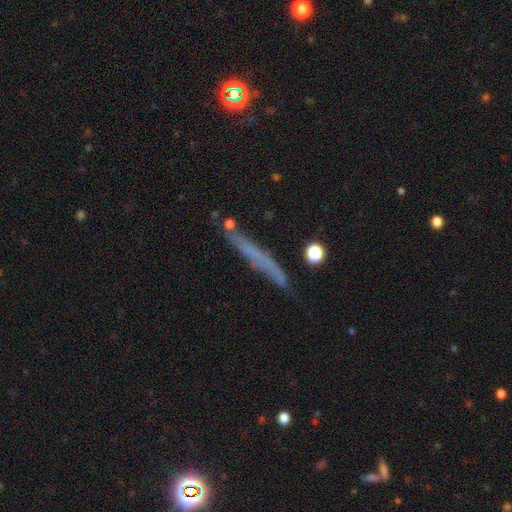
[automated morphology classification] Overall: featured or disk (43%; smooth 41%). Merging: none (80%).